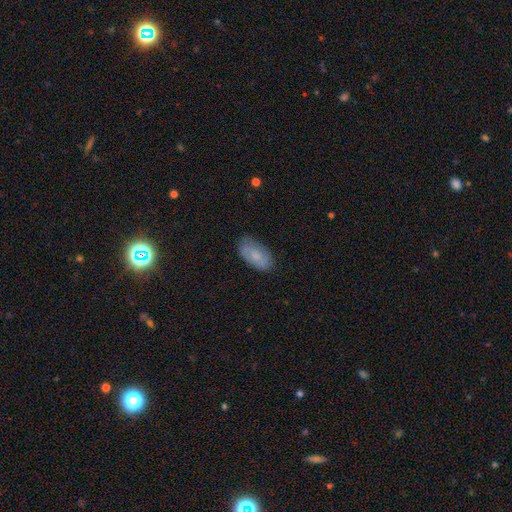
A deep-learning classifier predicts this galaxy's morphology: Smooth or featured: smooth — 70% (featured or disk — 23%)
How rounded: in between — 93% (cigar-shaped — 4%)
Merging: none — 78% (minor disturbance — 17%)